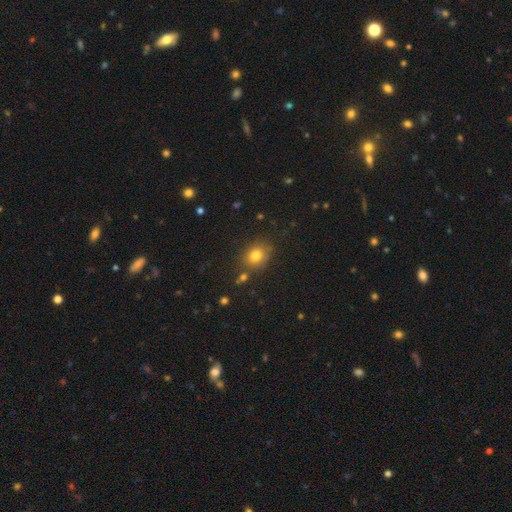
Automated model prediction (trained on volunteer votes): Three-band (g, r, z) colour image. It shows a smooth galaxy with no disk features (79%) that is round (62%). Merging: none (78%).